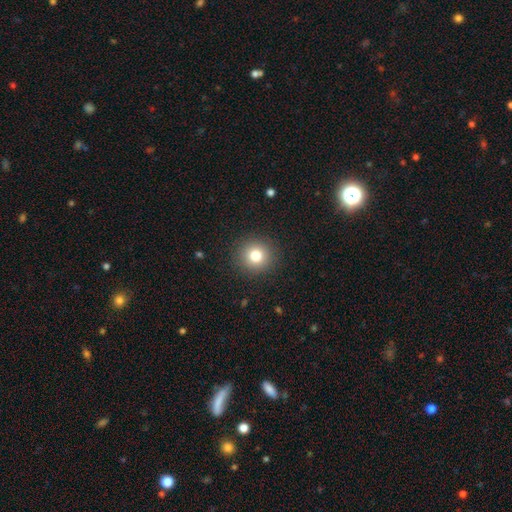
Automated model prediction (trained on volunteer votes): Overall: smooth (79%). How rounded: round (93%). Merging: none (91%).